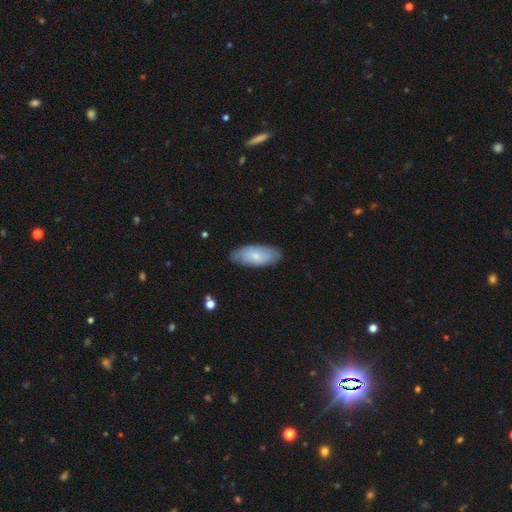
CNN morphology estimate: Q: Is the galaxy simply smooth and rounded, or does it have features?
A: smooth — 61%.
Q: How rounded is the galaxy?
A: in between — 85%.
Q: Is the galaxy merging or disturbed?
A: none — 77%.